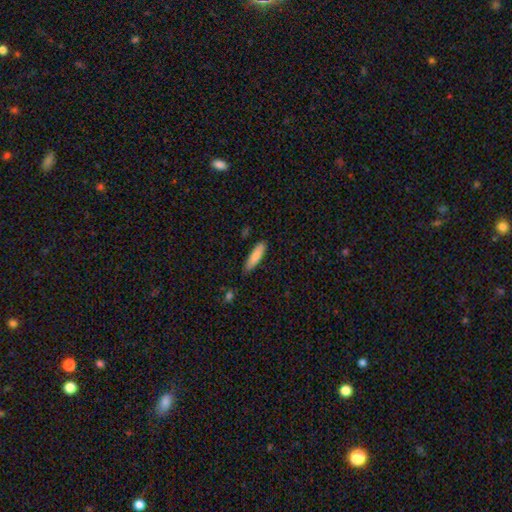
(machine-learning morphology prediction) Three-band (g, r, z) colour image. It shows a smooth galaxy with no disk features (83%) that is cigar-shaped (70%). Merging: none (85%).